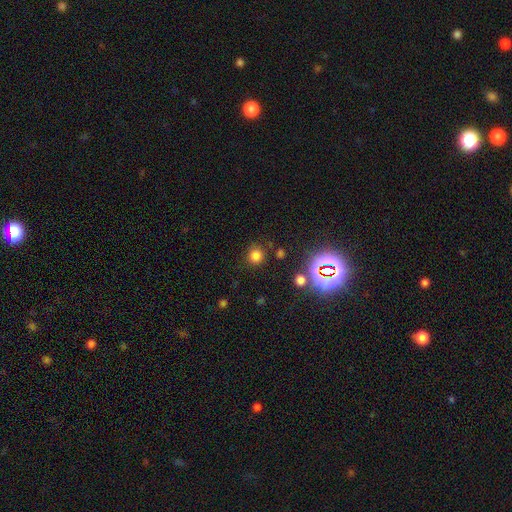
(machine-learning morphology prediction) The model was most divided on "smooth or featured": smooth: 74%, star or artifact: 20%, featured or disk: 5%. More confident: how rounded — round (91%); merging — none (85%).